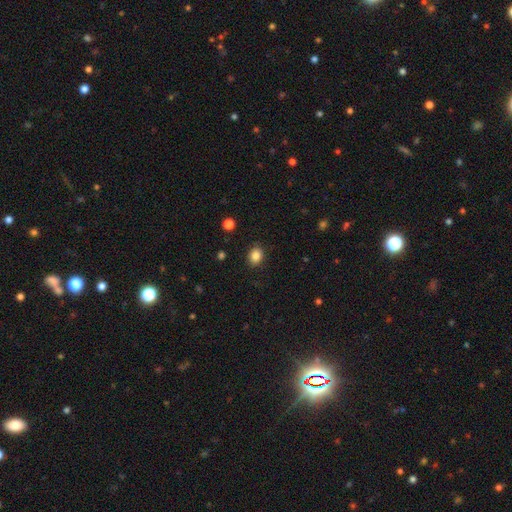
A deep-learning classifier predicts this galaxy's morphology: Smooth or featured?
  - smooth: 85% *
  - star or artifact: 10%
  - featured or disk: 5%
How rounded?
  - in between: 50% *
  - round: 49%
  - cigar-shaped: 1%
Merging?
  - none: 88% *
  - minor disturbance: 8%
  - major disturbance: 2%
  - merger: 1%